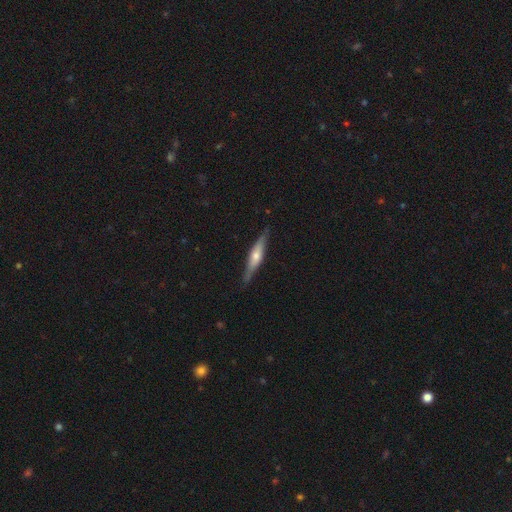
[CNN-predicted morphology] Q: Smooth or featured?
A: featured or disk (62%); runner-up: smooth (32%)
Q: Edge-on disk?
A: yes (92%); runner-up: no (8%)
Q: Edge-on bulge?
A: rounded (80%); runner-up: boxy (12%)
Q: Merging?
A: none (84%); runner-up: minor disturbance (12%)